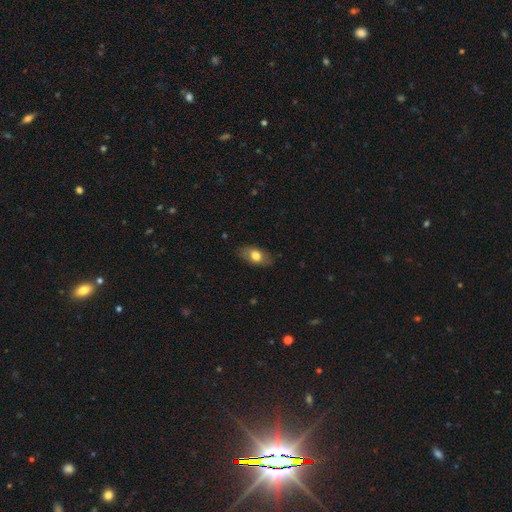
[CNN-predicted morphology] A smooth galaxy with no disk features (73%) that is in between round and cigar-shaped (87%).

Vote fractions:
- Smooth or featured? smooth: 73% / featured or disk: 20% / star or artifact: 7%
- How rounded? in between: 87% / round: 8% / cigar-shaped: 4%
- Merging? none: 80% / minor disturbance: 15% / major disturbance: 4% / merger: 1%